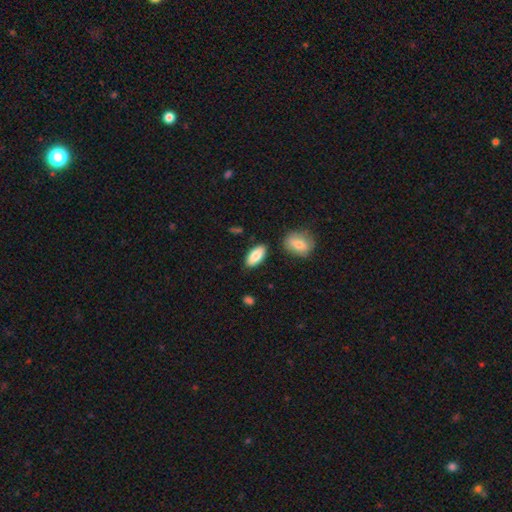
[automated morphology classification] smooth-or-featured: smooth: 85% | featured or disk: 9% | star or artifact: 6%
  how-rounded: in between: 87% | cigar-shaped: 11% | round: 2%
  merging: none: 84% | minor disturbance: 10% | merger: 4% | major disturbance: 2%